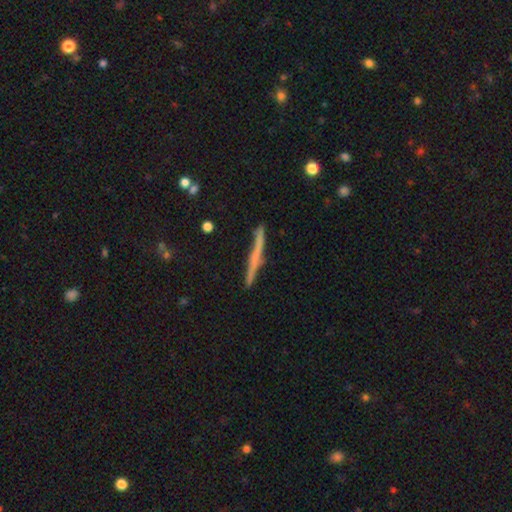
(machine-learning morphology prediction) smooth_or_featured: featured or disk (p=0.55) [alt: smooth p=0.38]
disk_edge_on: yes (p=0.96) [alt: no p=0.04]
edge_on_bulge: none (p=0.73) [alt: rounded p=0.18]
merging: none (p=0.85) [alt: minor disturbance p=0.11]